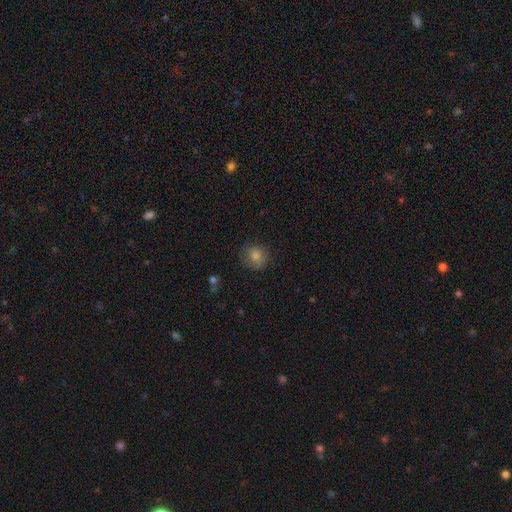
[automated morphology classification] Q: Smooth or featured?
A: smooth (75%); runner-up: star or artifact (15%)
Q: How rounded?
A: round (86%); runner-up: in between (13%)
Q: Merging?
A: none (81%); runner-up: minor disturbance (14%)